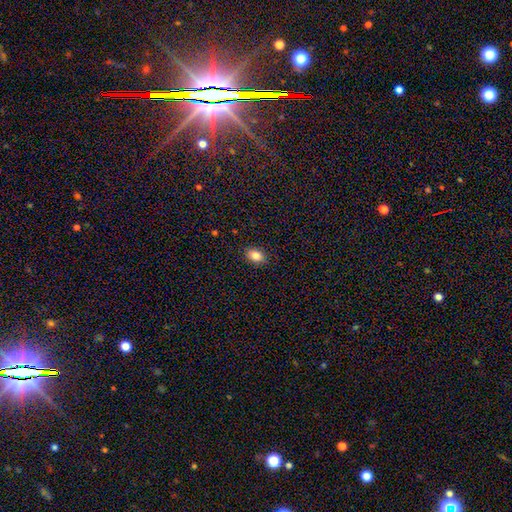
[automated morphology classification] This appears to be a smooth galaxy with no disk features (85%) that is in between round and cigar-shaped (84%). Merging: none (88%).